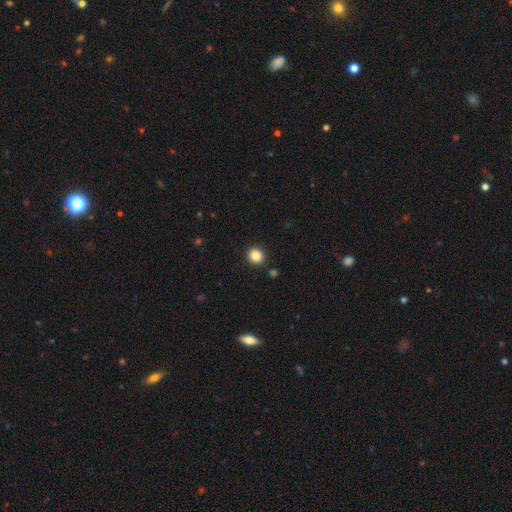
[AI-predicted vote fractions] Smooth or featured? smooth (86%)
How rounded? round (86%)
Merging? none (89%)